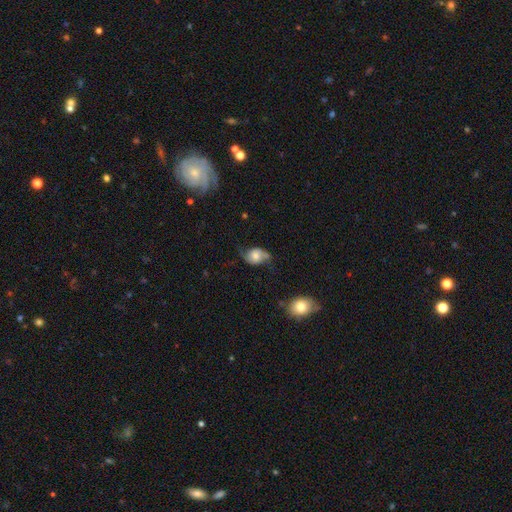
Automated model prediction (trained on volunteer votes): Q: Smooth or featured?
A: featured or disk (61%); runner-up: smooth (30%)
Q: Edge-on disk?
A: no (96%); runner-up: yes (4%)
Q: Bar?
A: no (65%); runner-up: weak (28%)
Q: Spiral arms?
A: yes (89%); runner-up: no (11%)
Q: Spiral winding?
A: loose (65%); runner-up: medium (26%)
Q: Spiral arm count?
A: 2 (89%); runner-up: can't tell (4%)
Q: Bulge size?
A: moderate (45%); runner-up: small (29%)
Q: Merging?
A: none (56%); runner-up: minor disturbance (26%)